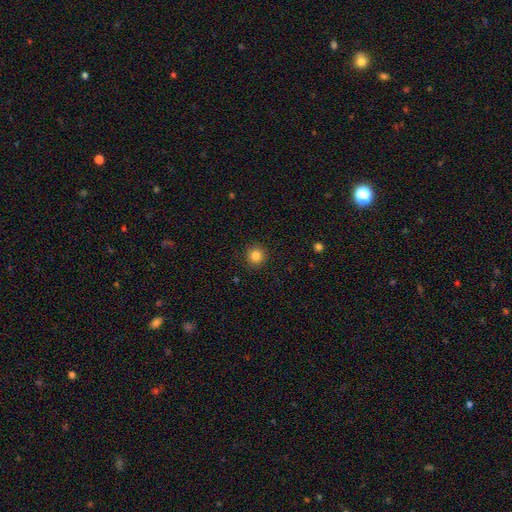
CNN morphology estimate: A smooth galaxy with no disk features (84%) that is round (93%). Merging: none (92%).